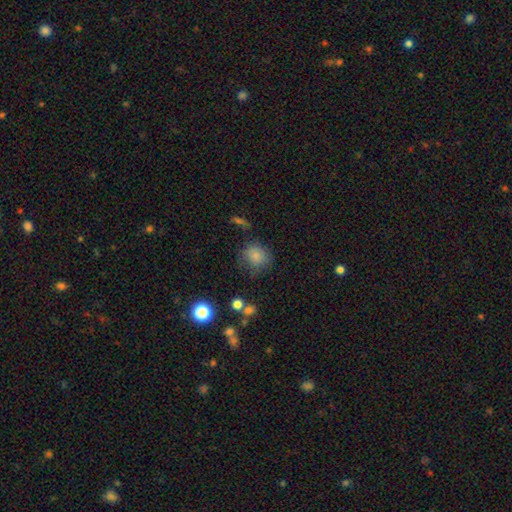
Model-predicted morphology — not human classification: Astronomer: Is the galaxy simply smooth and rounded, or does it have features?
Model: smooth — 80%.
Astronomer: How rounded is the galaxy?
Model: round — 77%.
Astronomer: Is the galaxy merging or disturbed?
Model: none — 63%.